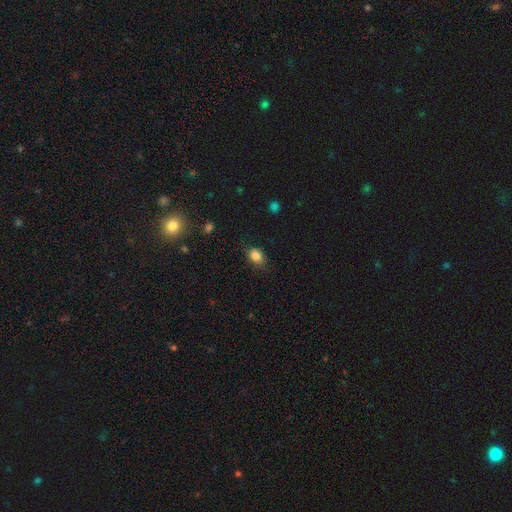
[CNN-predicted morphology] type=smooth (83%); roundness=in between (73%); merging=none (78%).